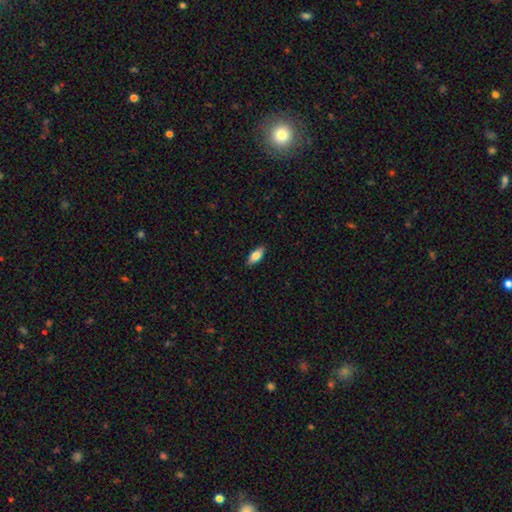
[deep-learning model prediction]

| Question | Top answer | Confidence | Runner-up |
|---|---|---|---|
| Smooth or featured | smooth | 79% | featured or disk (14%) |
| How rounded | in between | 82% | cigar-shaped (16%) |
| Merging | none | 88% | minor disturbance (10%) |